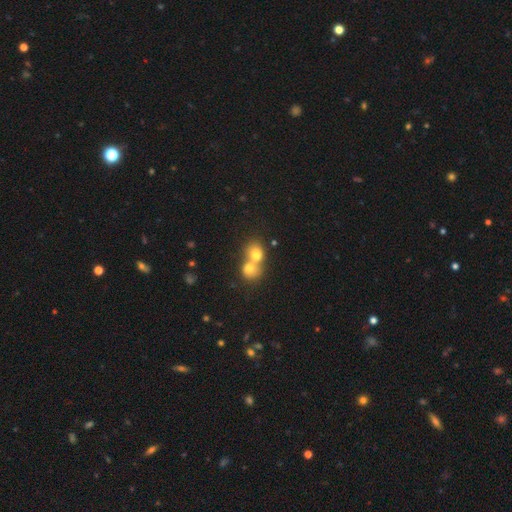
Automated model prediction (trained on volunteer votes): Smooth or featured?
  - smooth: 72% *
  - featured or disk: 17%
  - star or artifact: 12%
How rounded?
  - round: 66% *
  - in between: 33%
  - cigar-shaped: 1%
Merging?
  - merger: 70% *
  - none: 23%
  - minor disturbance: 4%
  - major disturbance: 2%